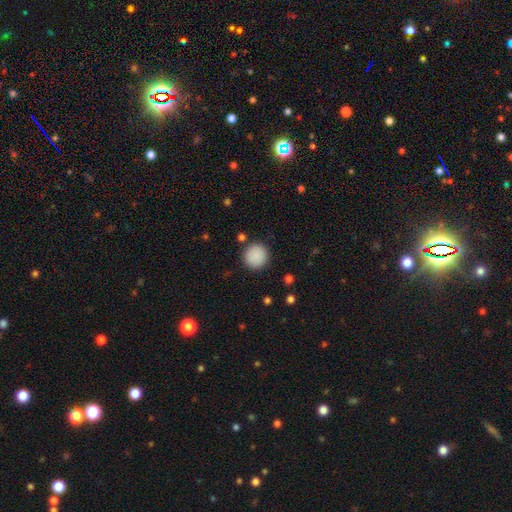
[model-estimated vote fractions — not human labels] Smooth or featured?
  - smooth: 89% *
  - star or artifact: 8%
  - featured or disk: 3%
How rounded?
  - round: 94% *
  - in between: 5%
  - cigar-shaped: 1%
Merging?
  - none: 89% *
  - minor disturbance: 7%
  - major disturbance: 2%
  - merger: 2%